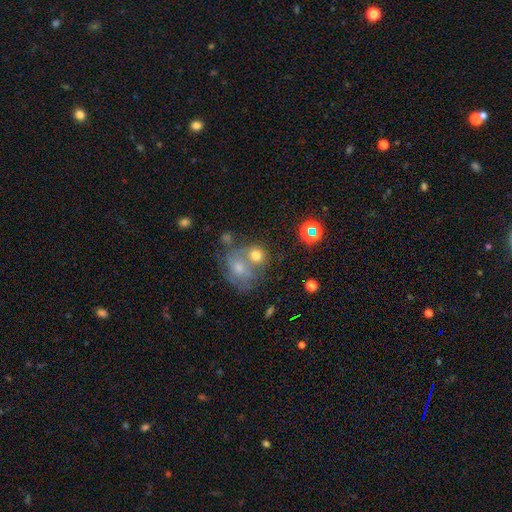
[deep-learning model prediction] The model was most divided on "merging": merger: 47%, none: 34%, minor disturbance: 11%, major disturbance: 7%. More confident: how rounded — round (70%); smooth or featured — smooth (59%).